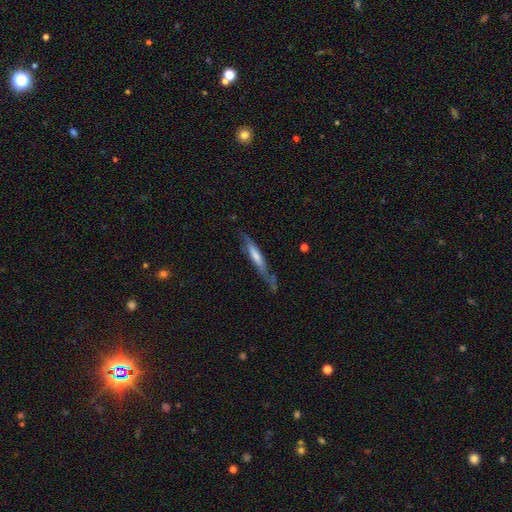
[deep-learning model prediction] A smooth galaxy with no disk features (48%).

Vote fractions:
- Smooth or featured? smooth: 48% / featured or disk: 46% / star or artifact: 6%
- Merging? none: 58% / minor disturbance: 26% / major disturbance: 11% / merger: 5%